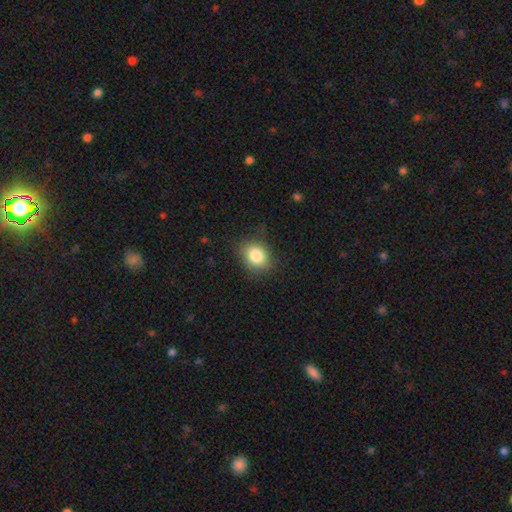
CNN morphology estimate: smooth 83%, star or artifact 10%, featured or disk 7%. Down the decision tree: how rounded — round (53%); merging — none (81%).